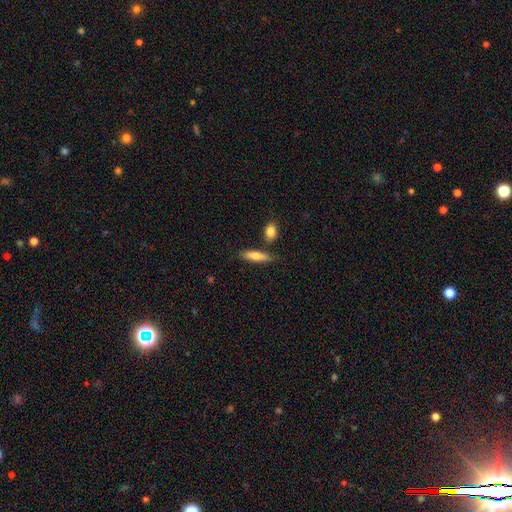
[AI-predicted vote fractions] Morphology: type=smooth (71%); roundness=cigar-shaped (67%); merging=none (72%).